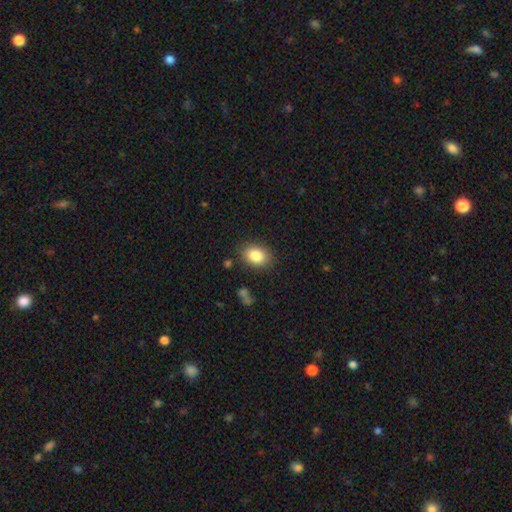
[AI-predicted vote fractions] A smooth galaxy with no disk features (84%) that is in between round and cigar-shaped (68%). Merging: none (85%).